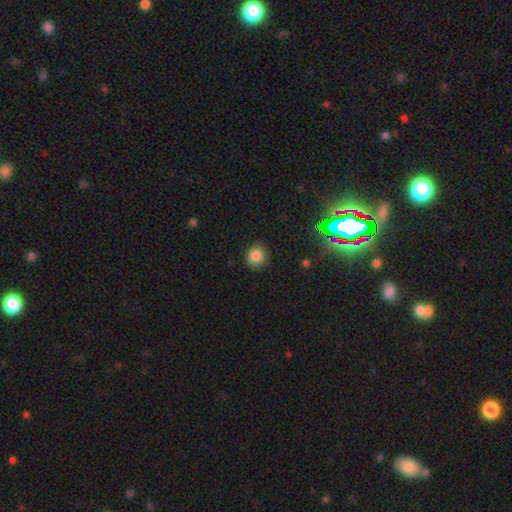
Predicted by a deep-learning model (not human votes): Overall: smooth (84%). How rounded: round (86%). Merging: none (86%).